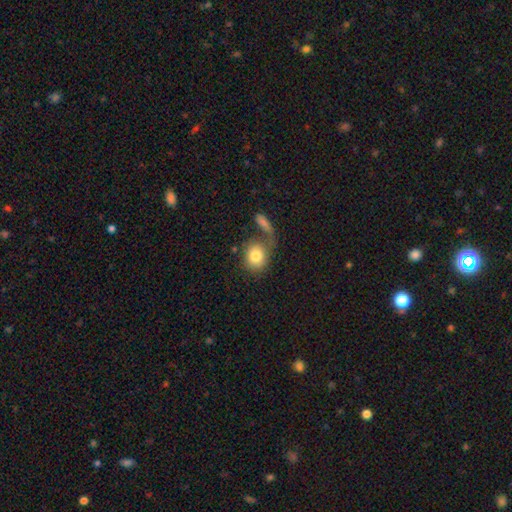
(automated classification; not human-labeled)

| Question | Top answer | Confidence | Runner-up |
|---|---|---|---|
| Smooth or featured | smooth | 81% | featured or disk (12%) |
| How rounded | round | 64% | in between (34%) |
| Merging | none | 44% | merger (29%) |